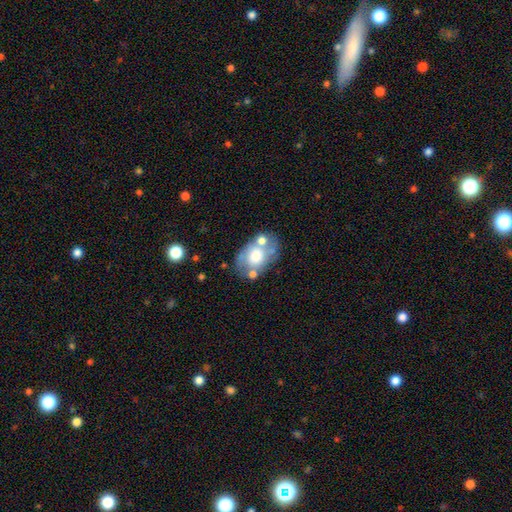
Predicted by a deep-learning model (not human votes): smooth_or_featured: smooth (p=0.56) [alt: featured or disk p=0.36]
how_rounded: in between (p=0.79) [alt: round p=0.20]
merging: none (p=0.51) [alt: merger p=0.21]